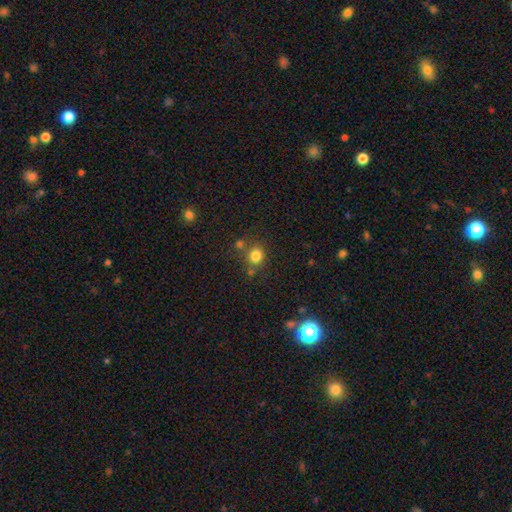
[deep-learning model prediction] Q: Smooth or featured?
A: smooth (80%); runner-up: star or artifact (14%)
Q: How rounded?
A: round (85%); runner-up: in between (14%)
Q: Merging?
A: none (70%); runner-up: merger (15%)